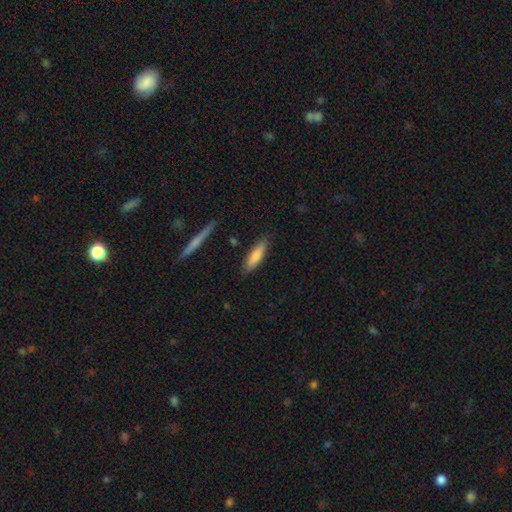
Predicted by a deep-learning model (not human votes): Overall: smooth (80%). How rounded: cigar-shaped (61%; in between 37%). Merging: none (85%).